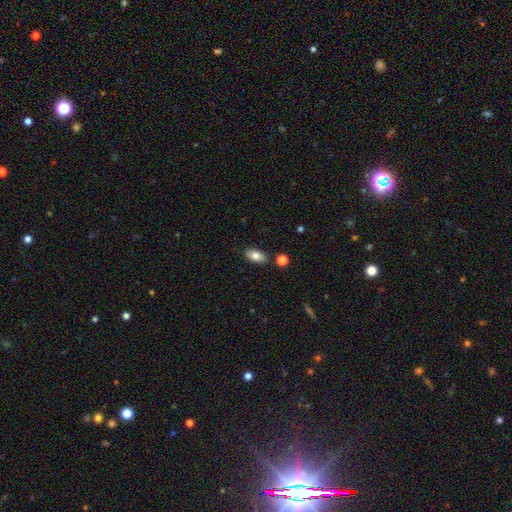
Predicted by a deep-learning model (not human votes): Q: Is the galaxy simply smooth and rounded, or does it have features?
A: smooth — 80%.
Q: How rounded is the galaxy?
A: in between — 91%.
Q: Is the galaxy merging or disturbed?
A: none — 85%.